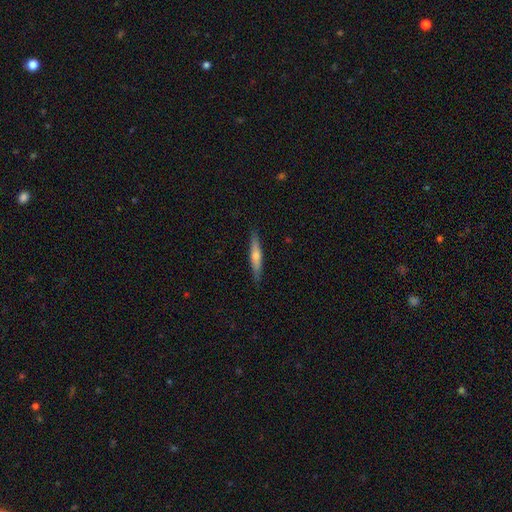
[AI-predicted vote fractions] Morphology: type=featured or disk (55%); edge-on=yes (95%); edge-on bulge=rounded (80%); merging=none (89%).